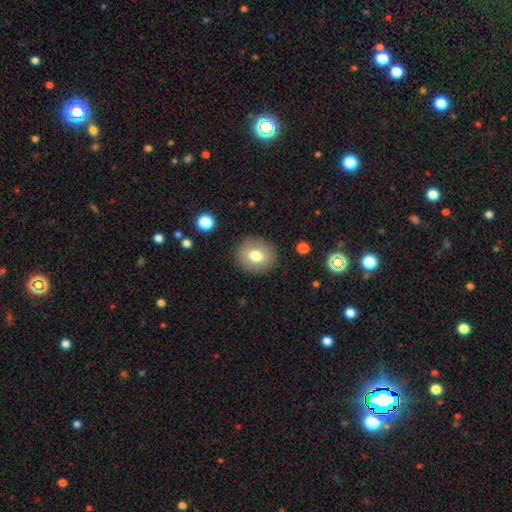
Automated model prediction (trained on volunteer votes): A smooth galaxy with no disk features (74%) that is round (72%). Merging: none (88%).